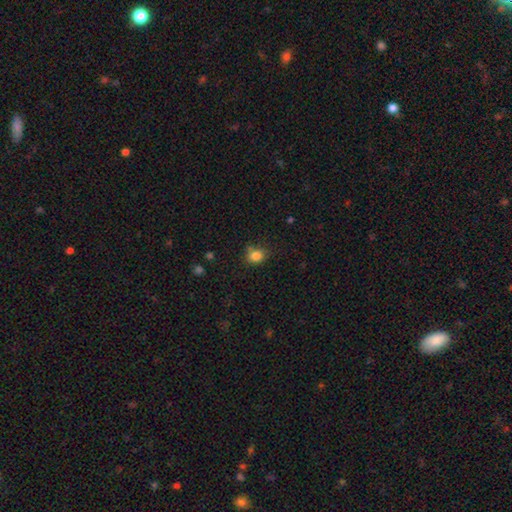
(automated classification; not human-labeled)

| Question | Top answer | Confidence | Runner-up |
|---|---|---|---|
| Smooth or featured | smooth | 83% | star or artifact (12%) |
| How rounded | round | 66% | in between (33%) |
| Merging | none | 70% | minor disturbance (19%) |